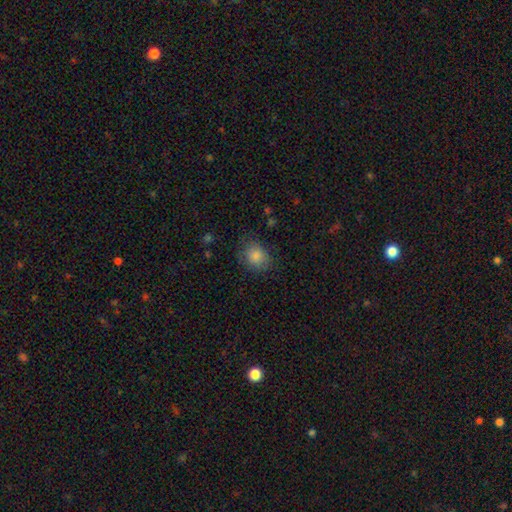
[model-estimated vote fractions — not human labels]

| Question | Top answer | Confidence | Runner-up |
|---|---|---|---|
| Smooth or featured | smooth | 84% | star or artifact (10%) |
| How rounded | round | 59% | in between (40%) |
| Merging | none | 78% | minor disturbance (16%) |